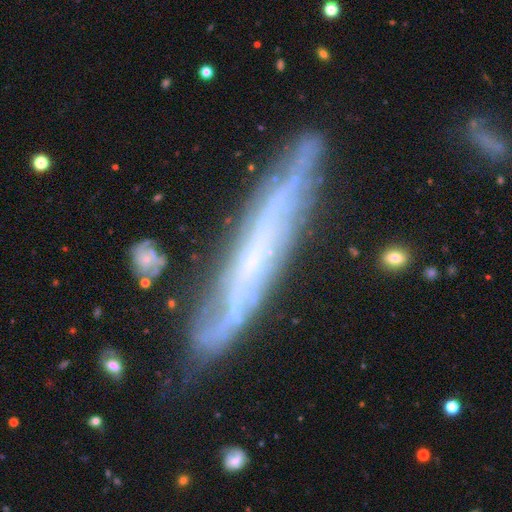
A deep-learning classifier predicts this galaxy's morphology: type=featured or disk (72%); edge-on=yes (69%); merging=none (75%).